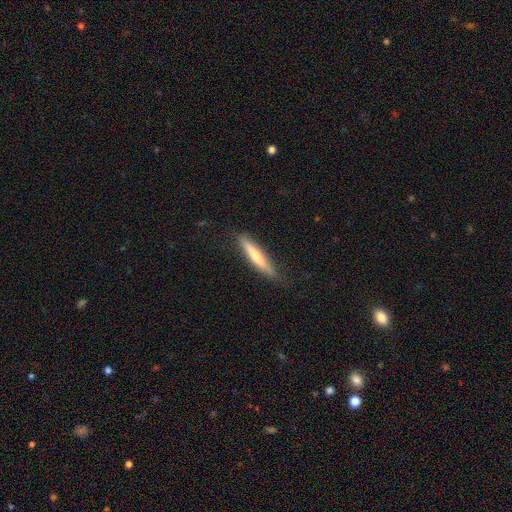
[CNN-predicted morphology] smooth_or_featured: smooth (p=0.54) [alt: featured or disk p=0.40]
how_rounded: cigar-shaped (p=0.92) [alt: in between p=0.07]
merging: none (p=0.83) [alt: minor disturbance p=0.13]